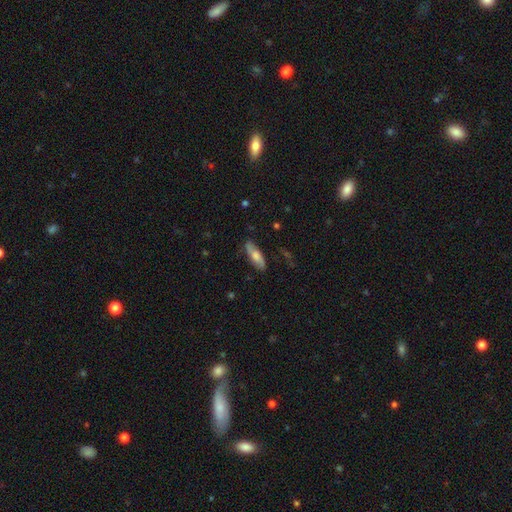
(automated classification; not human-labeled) smooth-or-featured: smooth: 59% | featured or disk: 34% | star or artifact: 6%
  how-rounded: in between: 50% | cigar-shaped: 48% | round: 2%
  merging: none: 78% | minor disturbance: 17% | major disturbance: 4% | merger: 2%